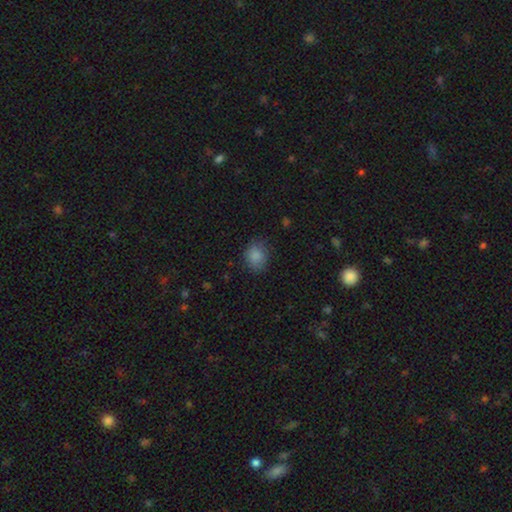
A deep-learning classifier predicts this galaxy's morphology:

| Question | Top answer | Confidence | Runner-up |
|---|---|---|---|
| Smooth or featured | smooth | 85% | star or artifact (9%) |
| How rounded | round | 58% | in between (41%) |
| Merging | none | 76% | minor disturbance (18%) |